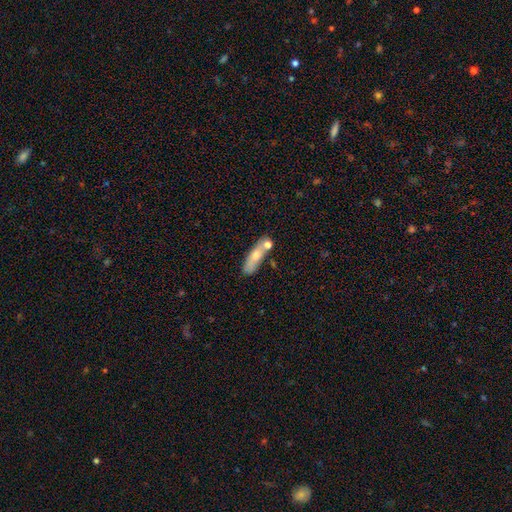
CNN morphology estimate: This is likely a smooth galaxy (67%). How rounded: possibly cigar-shaped (55%). Merging: possibly none (55%).